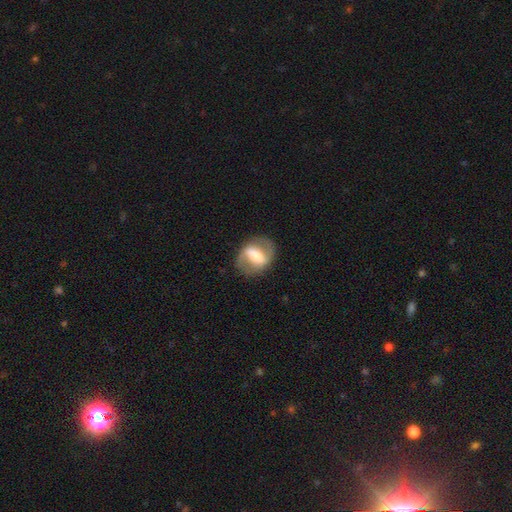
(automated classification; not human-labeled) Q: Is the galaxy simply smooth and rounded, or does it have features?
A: featured or disk — 66%.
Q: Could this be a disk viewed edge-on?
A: no — 93%.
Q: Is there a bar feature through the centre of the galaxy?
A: strong — 61%.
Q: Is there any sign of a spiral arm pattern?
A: yes — 67%.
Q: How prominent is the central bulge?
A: moderate — 45%.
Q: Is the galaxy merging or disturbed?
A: none — 79%.